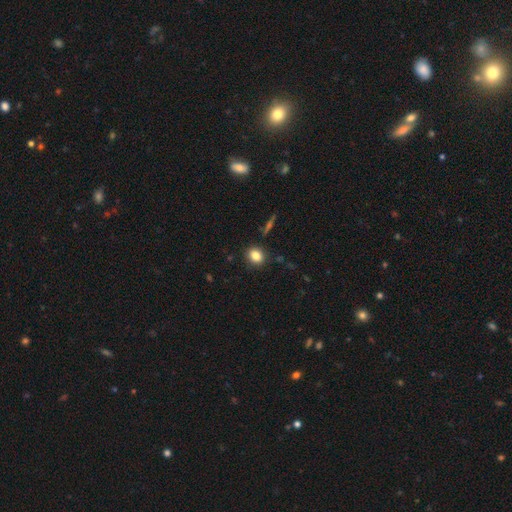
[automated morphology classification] smooth_or_featured: smooth (p=0.84) [alt: star or artifact p=0.10]
how_rounded: round (p=0.63) [alt: in between p=0.36]
merging: none (p=0.88) [alt: minor disturbance p=0.08]